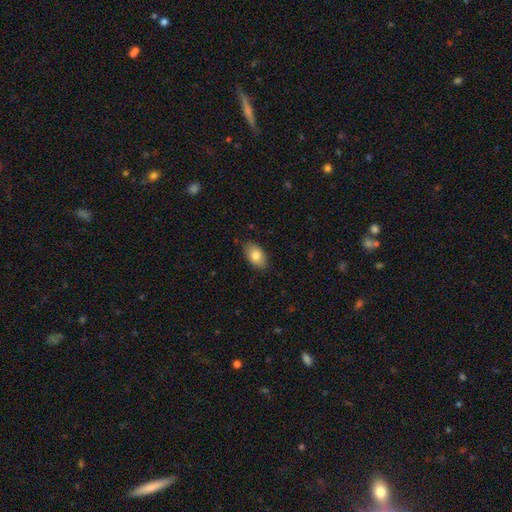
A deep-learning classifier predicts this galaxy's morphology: Overall: smooth (82%). How rounded: in between (90%). Merging: none (82%).